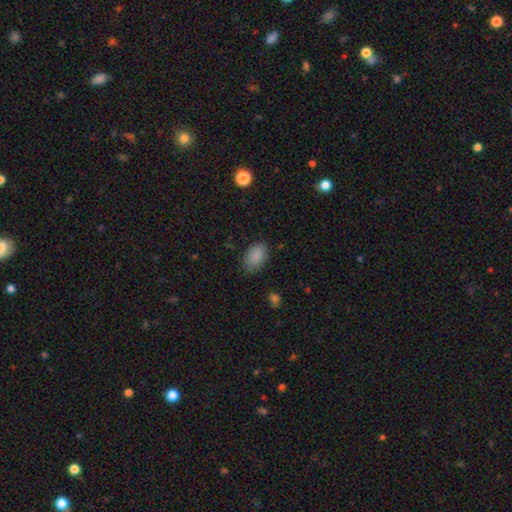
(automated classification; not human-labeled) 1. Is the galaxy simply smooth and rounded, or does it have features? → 88% smooth, 8% star or artifact, 5% featured or disk.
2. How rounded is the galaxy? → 87% in between, 12% round, 1% cigar-shaped.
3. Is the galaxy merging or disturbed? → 81% none, 14% minor disturbance, 3% major disturbance, 1% merger.